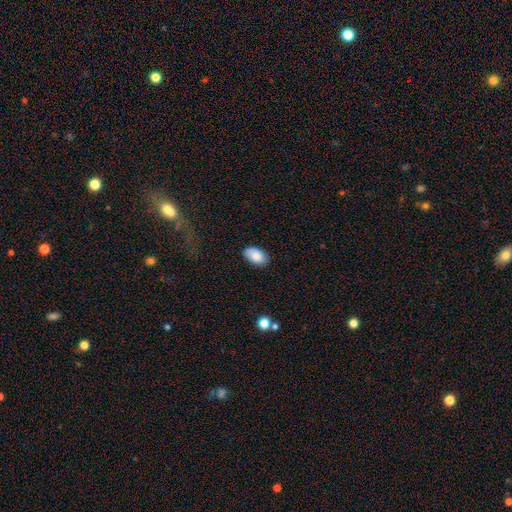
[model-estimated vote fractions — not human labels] Smooth or featured? smooth (82%)
How rounded? in between (93%)
Merging? none (80%)